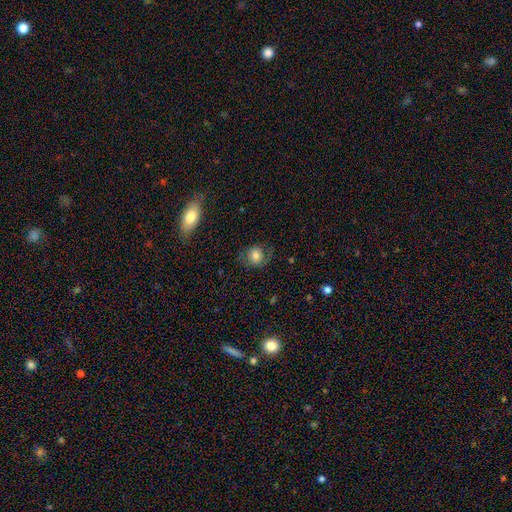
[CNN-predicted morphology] A smooth galaxy with no disk features (71%) that is round (79%).

Vote fractions:
- Smooth or featured? smooth: 71% / featured or disk: 19% / star or artifact: 10%
- How rounded? round: 79% / in between: 20% / cigar-shaped: 1%
- Merging? none: 72% / minor disturbance: 17% / major disturbance: 9% / merger: 1%